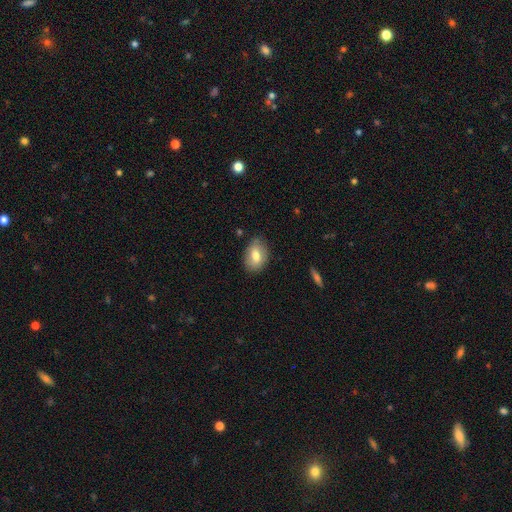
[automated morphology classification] type=smooth (75%); roundness=in between (81%); merging=none (81%).